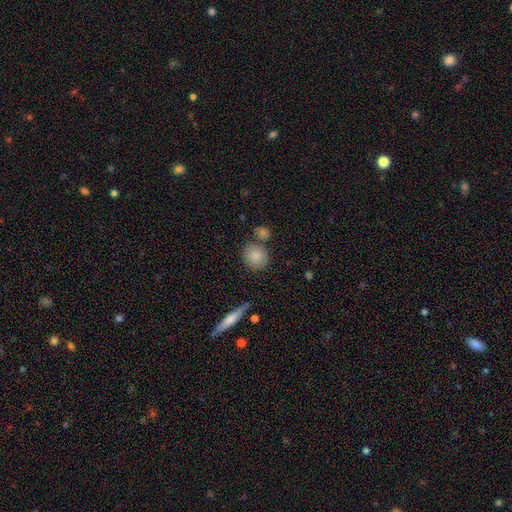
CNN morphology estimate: The model was most divided on "merging": none: 71%, merger: 14%, minor disturbance: 12%, major disturbance: 3%. More confident: smooth or featured — smooth (85%); how rounded — round (79%).